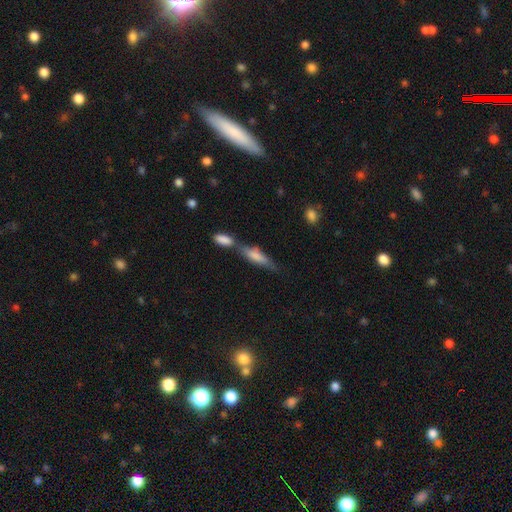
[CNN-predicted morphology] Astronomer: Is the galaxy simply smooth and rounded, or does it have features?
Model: smooth — 62%.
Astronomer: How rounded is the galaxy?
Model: cigar-shaped — 63%.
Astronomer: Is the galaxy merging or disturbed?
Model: merger — 41% (runner-up: none, 40%).